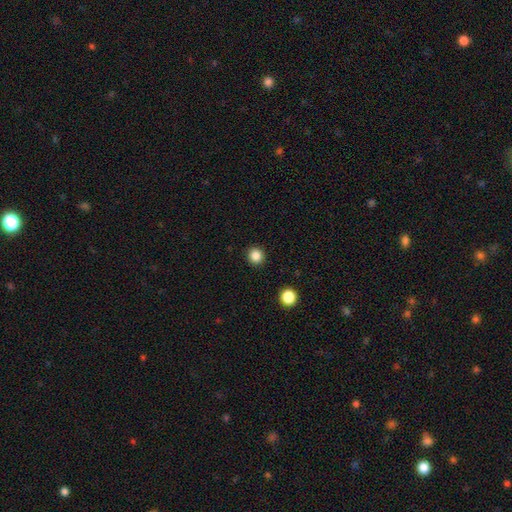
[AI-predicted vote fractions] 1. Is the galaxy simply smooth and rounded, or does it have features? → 85% smooth, 12% star or artifact, 4% featured or disk.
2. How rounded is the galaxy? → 93% round, 6% in between, 1% cigar-shaped.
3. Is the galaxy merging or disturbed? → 92% none, 5% minor disturbance, 2% major disturbance, 1% merger.